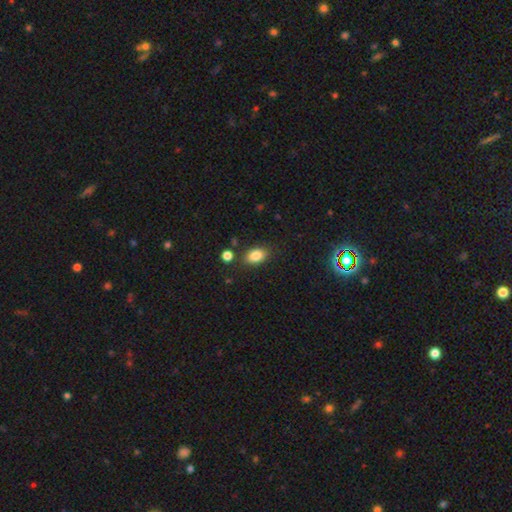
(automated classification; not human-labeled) A smooth galaxy with no disk features (84%) that is in between round and cigar-shaped (85%). Merging: none (80%).